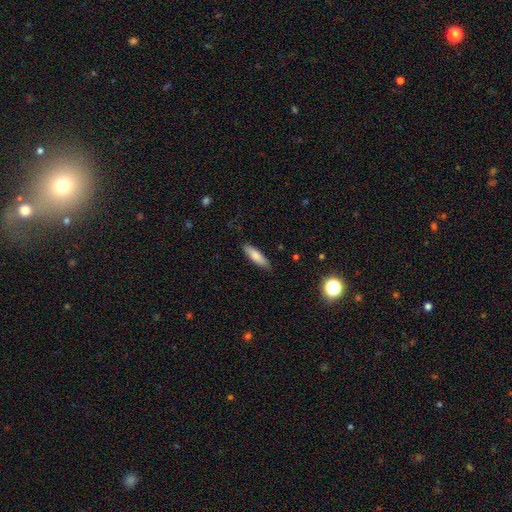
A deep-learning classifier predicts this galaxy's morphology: A smooth galaxy with no disk features (80%) that is cigar-shaped (57%). Merging: none (85%).